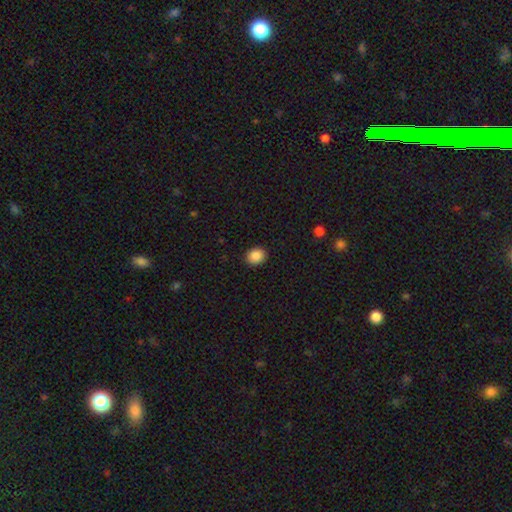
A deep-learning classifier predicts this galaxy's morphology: Smooth or featured: smooth — 88% (star or artifact — 9%)
How rounded: round — 66% (in between — 33%)
Merging: none — 91% (minor disturbance — 6%)